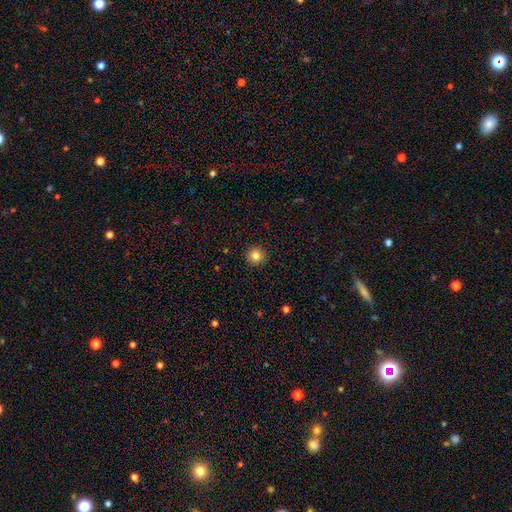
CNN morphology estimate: Smooth or featured: smooth — 83% (star or artifact — 11%)
How rounded: round — 95% (in between — 4%)
Merging: none — 92% (minor disturbance — 5%)